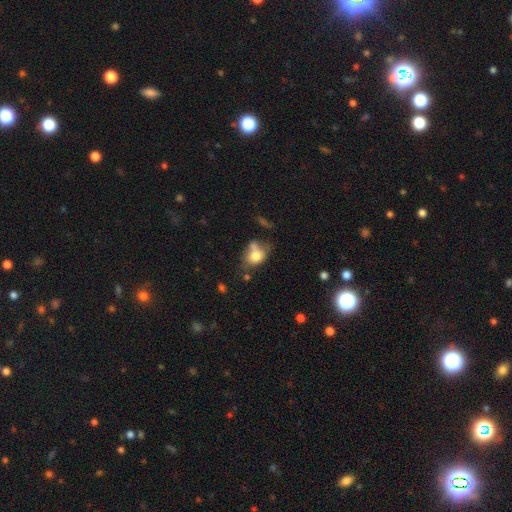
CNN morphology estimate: smooth 75%, featured or disk 16%, star or artifact 9%. Down the decision tree: how rounded — in between (63%); merging — none (40%).